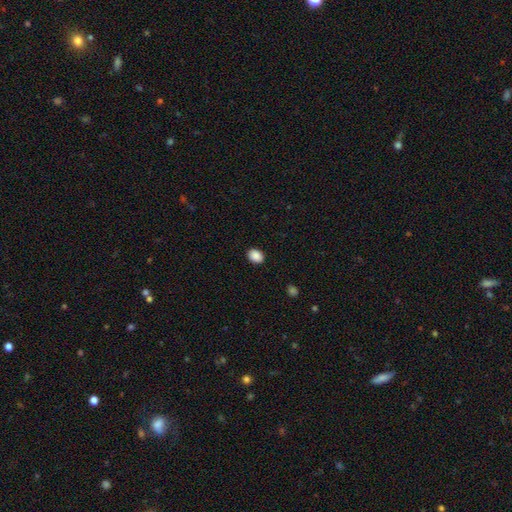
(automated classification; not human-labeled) Q: Smooth or featured?
A: smooth (89%); runner-up: star or artifact (8%)
Q: How rounded?
A: in between (67%); runner-up: round (32%)
Q: Merging?
A: none (89%); runner-up: minor disturbance (8%)